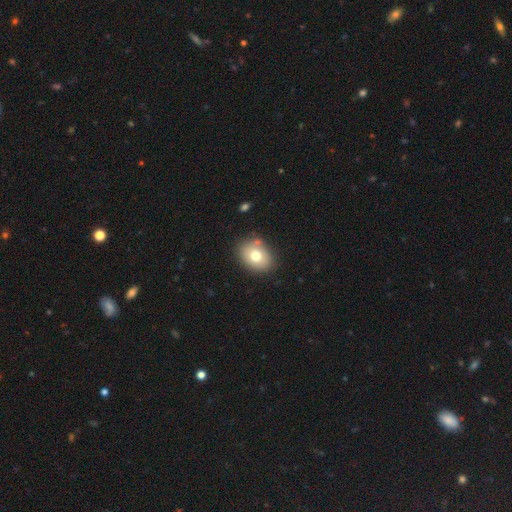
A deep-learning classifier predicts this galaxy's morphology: The model was most divided on "how rounded": in between: 61%, round: 38%, cigar-shaped: 1%. More confident: merging — none (79%); smooth or featured — smooth (73%).